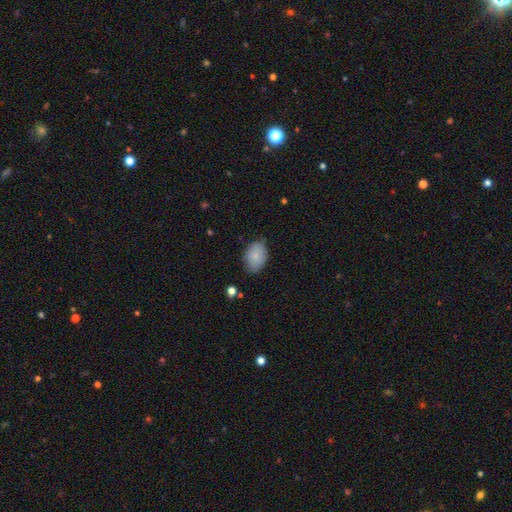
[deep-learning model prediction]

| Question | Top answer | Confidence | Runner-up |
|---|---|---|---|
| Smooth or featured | smooth | 83% | featured or disk (10%) |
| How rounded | in between | 84% | round (15%) |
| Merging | none | 75% | minor disturbance (20%) |